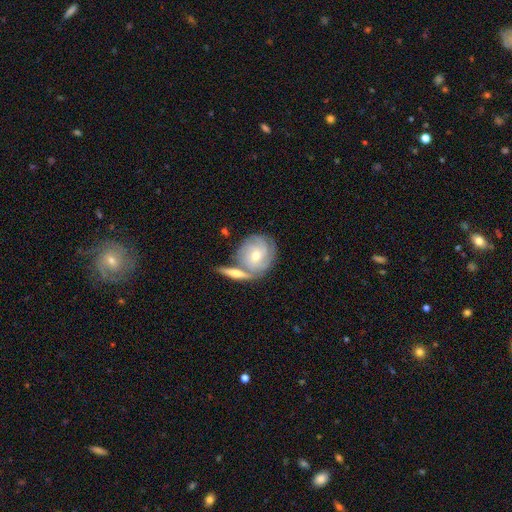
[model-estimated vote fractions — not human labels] Q: Smooth or featured?
A: featured or disk (76%); runner-up: smooth (18%)
Q: Edge-on disk?
A: no (94%); runner-up: yes (6%)
Q: Bar?
A: no (71%); runner-up: weak (24%)
Q: Spiral arms?
A: yes (93%); runner-up: no (7%)
Q: Spiral winding?
A: tight (74%); runner-up: medium (22%)
Q: Spiral arm count?
A: 3 (31%); tied with: can't tell (31%)
Q: Bulge size?
A: moderate (51%); runner-up: small (46%)
Q: Merging?
A: none (57%); runner-up: merger (24%)